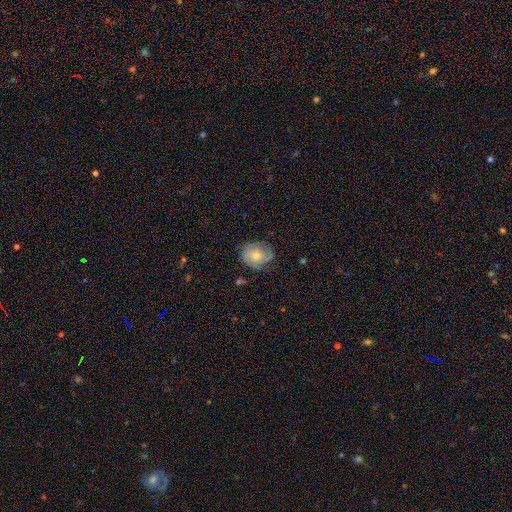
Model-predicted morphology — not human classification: Smooth or featured? smooth (47%)
Merging? none (58%)